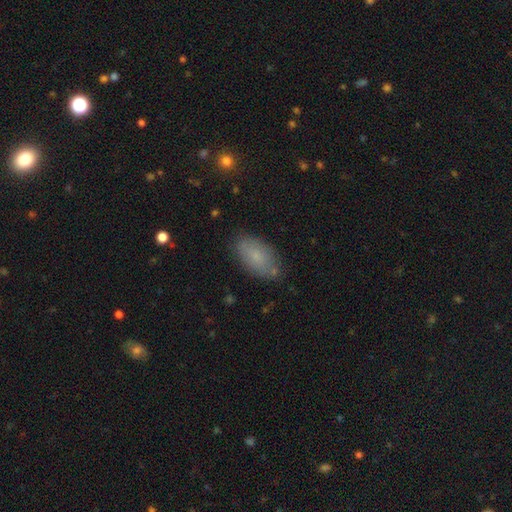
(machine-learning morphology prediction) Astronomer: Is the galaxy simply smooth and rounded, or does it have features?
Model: smooth — 79%.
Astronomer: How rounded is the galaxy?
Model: in between — 93%.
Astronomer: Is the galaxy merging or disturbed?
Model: none — 80%.